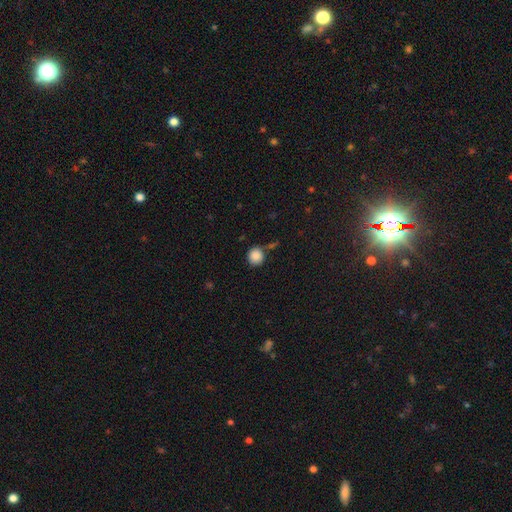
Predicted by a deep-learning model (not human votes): A smooth galaxy with no disk features (87%) that is round (91%). Merging: none (74%).